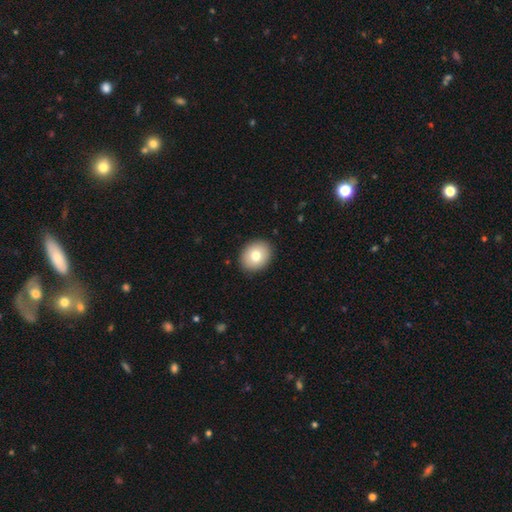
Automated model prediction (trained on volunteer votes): A smooth galaxy with no disk features (76%) that is round (58%). Merging: none (90%).